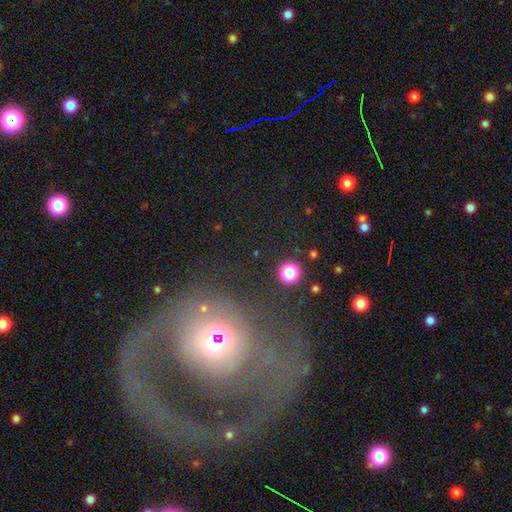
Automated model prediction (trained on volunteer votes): Smooth or featured? Predicted: featured or disk (p=0.67). Edge-on disk? Predicted: no (p=0.97). Bar? Predicted: no (p=0.75). Spiral arms? Predicted: yes (p=0.57). Bulge size? Predicted: moderate (p=0.60). Merging? Predicted: major disturbance (p=0.41).